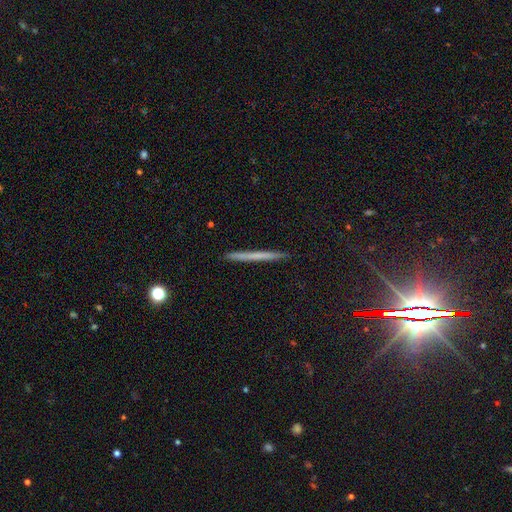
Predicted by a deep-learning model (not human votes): Smooth or featured?
  - smooth: 54% *
  - featured or disk: 37%
  - star or artifact: 9%
How rounded?
  - cigar-shaped: 97% *
  - in between: 2%
  - round: 2%
Merging?
  - none: 92% *
  - minor disturbance: 5%
  - major disturbance: 1%
  - merger: 1%